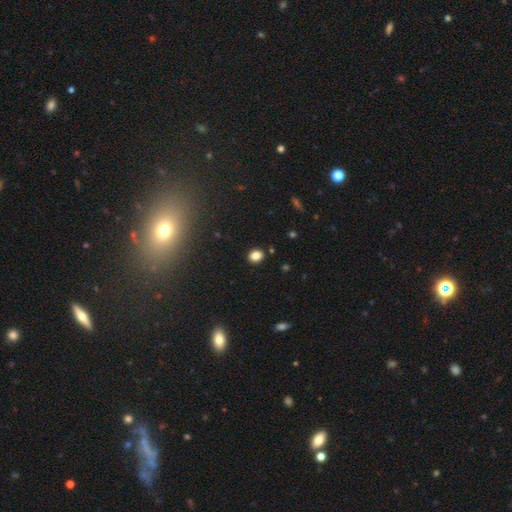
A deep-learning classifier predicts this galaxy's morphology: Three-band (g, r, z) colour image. It shows a smooth galaxy with no disk features (84%) that is round (54%). Merging: none (89%).